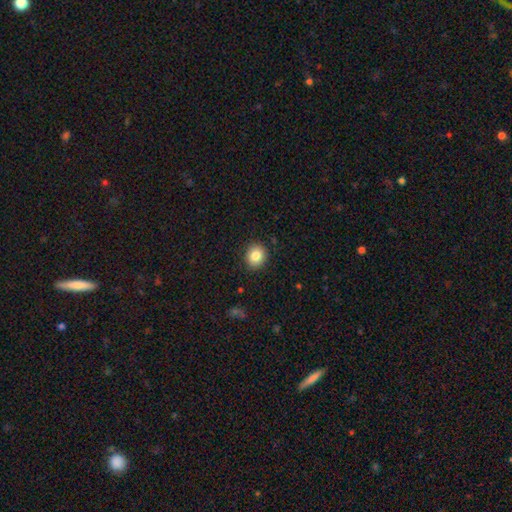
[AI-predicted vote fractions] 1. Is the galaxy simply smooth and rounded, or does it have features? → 84% smooth, 9% star or artifact, 7% featured or disk.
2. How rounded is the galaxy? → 76% round, 23% in between, 1% cigar-shaped.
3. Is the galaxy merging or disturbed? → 90% none, 7% minor disturbance, 2% major disturbance, 1% merger.